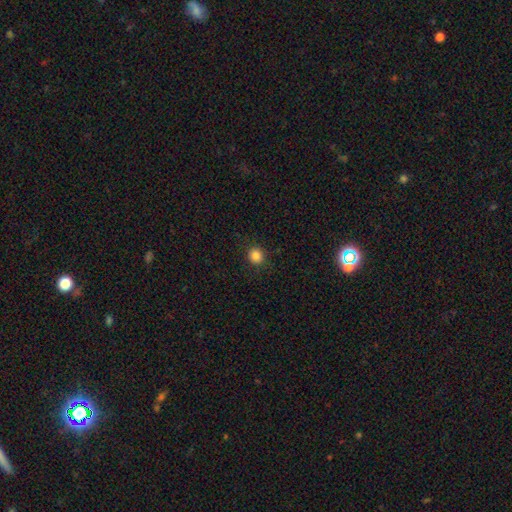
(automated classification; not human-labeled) Smooth or featured?
  - smooth: 85% *
  - star or artifact: 11%
  - featured or disk: 4%
How rounded?
  - round: 86% *
  - in between: 13%
  - cigar-shaped: 1%
Merging?
  - none: 89% *
  - minor disturbance: 8%
  - major disturbance: 3%
  - merger: 1%